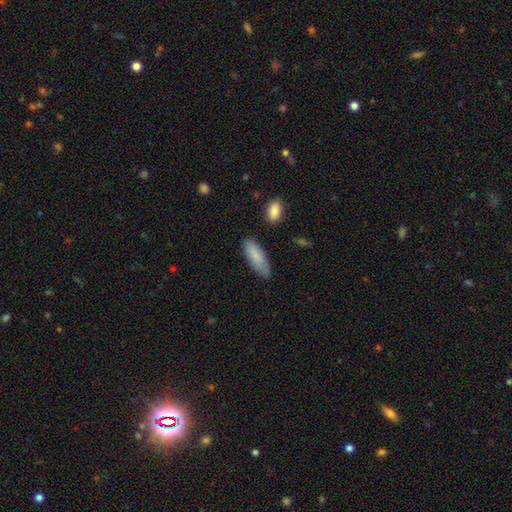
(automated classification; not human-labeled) This appears to be a smooth galaxy with no disk features (84%) that is in between round and cigar-shaped (61%). Merging: none (78%).